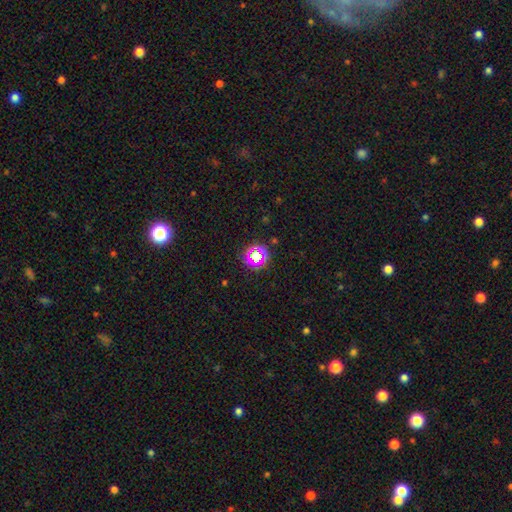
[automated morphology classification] Smooth or featured? Predicted: star or artifact (p=0.66).